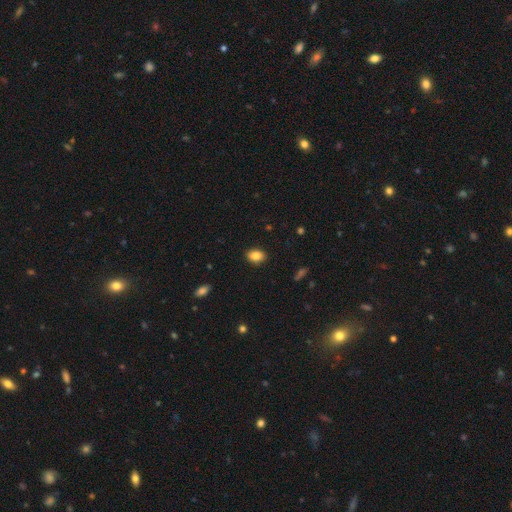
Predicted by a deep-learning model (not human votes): Smooth or featured: smooth — 85% (star or artifact — 9%)
How rounded: in between — 79% (round — 19%)
Merging: none — 88% (minor disturbance — 9%)